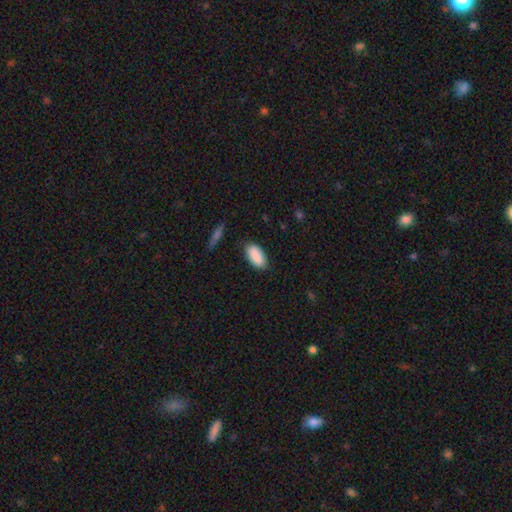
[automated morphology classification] smooth_or_featured: smooth (p=0.90) [alt: star or artifact p=0.06]
how_rounded: in between (p=0.92) [alt: cigar-shaped p=0.05]
merging: none (p=0.82) [alt: minor disturbance p=0.13]